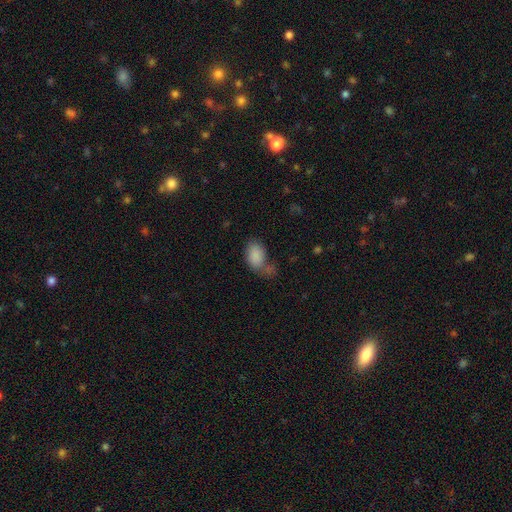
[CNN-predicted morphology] This is clearly a smooth galaxy (85%). How rounded: clearly in between (91%). Merging: marginally none (38%).